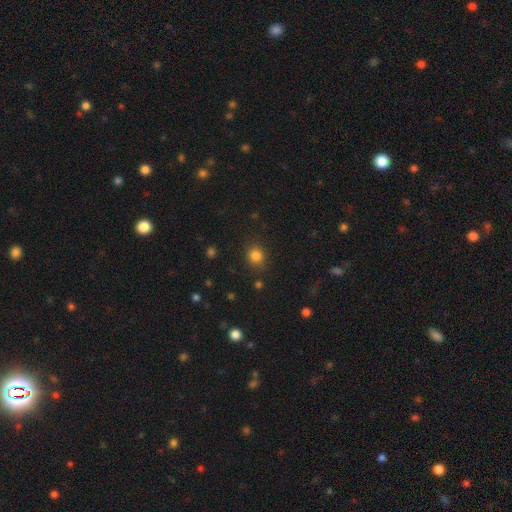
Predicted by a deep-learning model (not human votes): The model was most divided on "how rounded": round: 80%, in between: 19%, cigar-shaped: 1%. More confident: merging — none (85%); smooth or featured — smooth (82%).